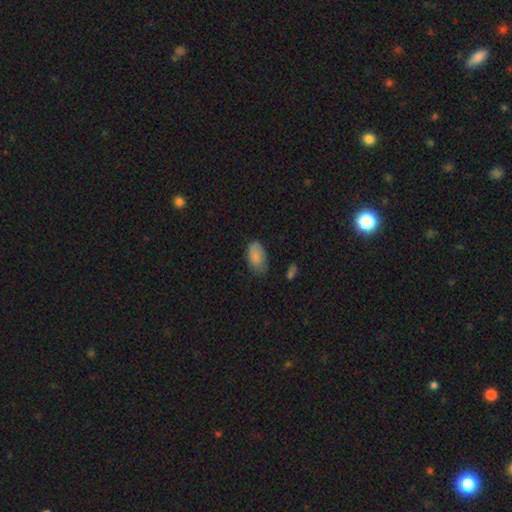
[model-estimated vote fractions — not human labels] Smooth or featured? Predicted: smooth (p=0.83). How rounded? Predicted: in between (p=0.94). Merging? Predicted: none (p=0.59).